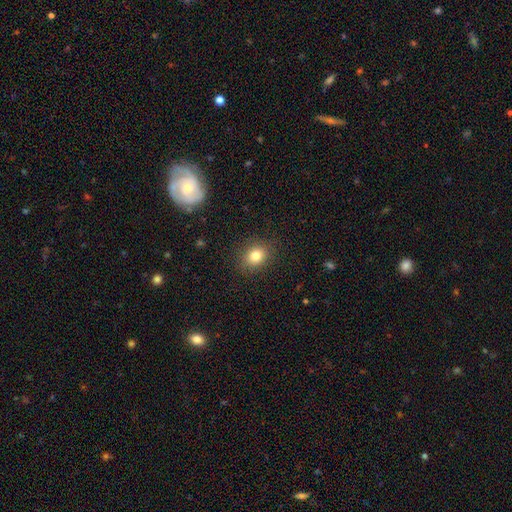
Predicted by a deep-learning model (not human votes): smooth_or_featured: smooth (p=0.80) [alt: star or artifact p=0.12]
how_rounded: round (p=0.60) [alt: in between p=0.39]
merging: none (p=0.87) [alt: minor disturbance p=0.09]